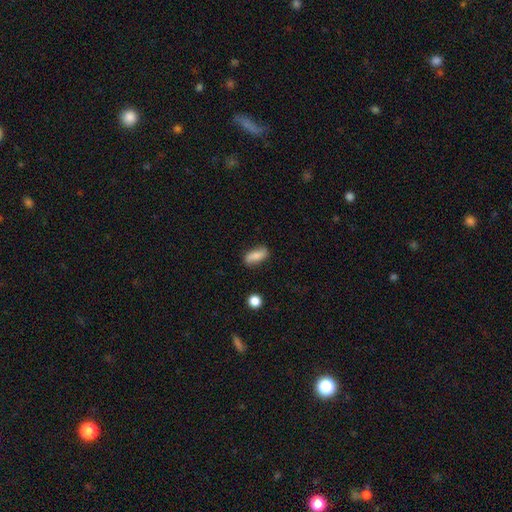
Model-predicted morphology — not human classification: Overall: smooth (74%). How rounded: in between (79%). Merging: none (78%).